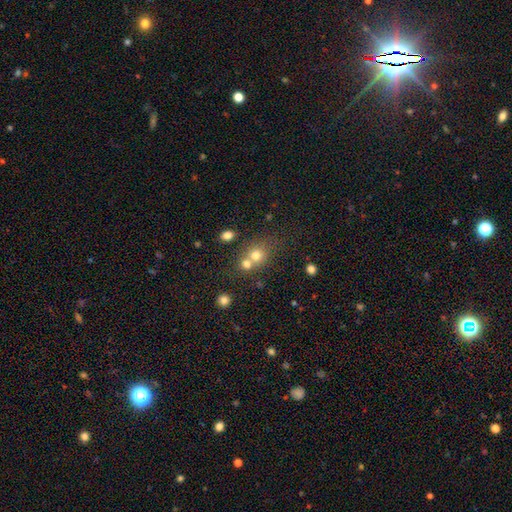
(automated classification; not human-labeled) This appears to be a smooth galaxy with no disk features (72%) that is round (77%). Merging: merger (46%).